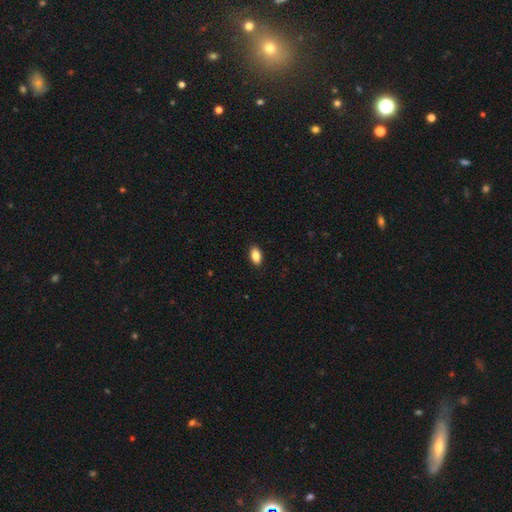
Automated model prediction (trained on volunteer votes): Overall: smooth (86%). How rounded: in between (91%). Merging: none (90%).